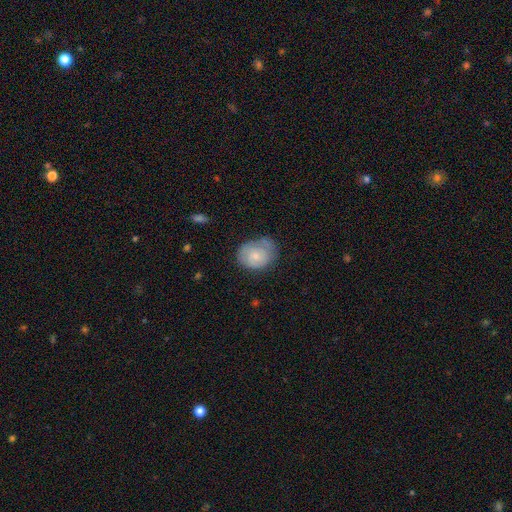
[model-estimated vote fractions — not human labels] smooth_or_featured: smooth (p=0.64) [alt: featured or disk p=0.29]
how_rounded: round (p=0.50) [alt: in between p=0.49]
merging: none (p=0.51) [alt: minor disturbance p=0.33]